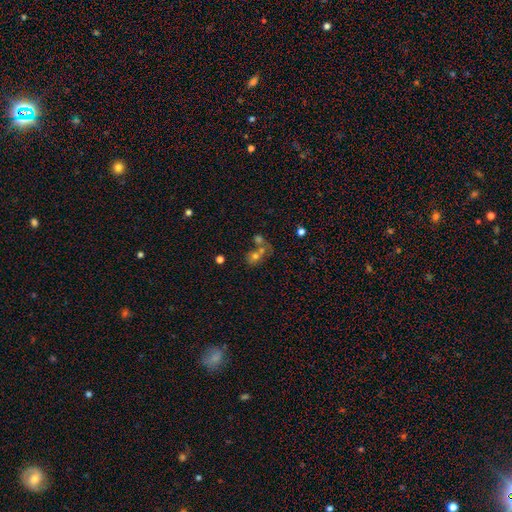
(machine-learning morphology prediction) The model was most divided on "how rounded": round: 50%, in between: 48%, cigar-shaped: 2%. More confident: smooth or featured — smooth (52%); merging — merger (50%).